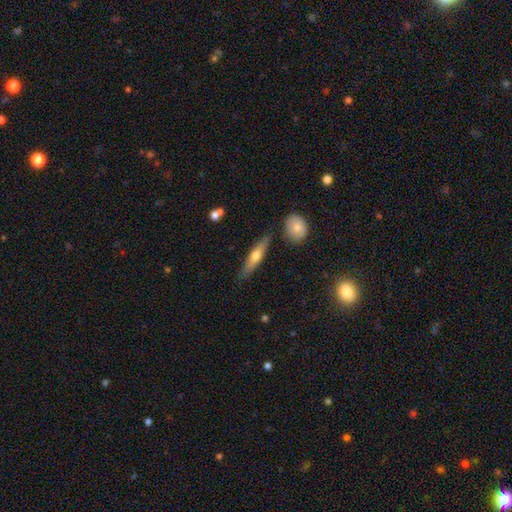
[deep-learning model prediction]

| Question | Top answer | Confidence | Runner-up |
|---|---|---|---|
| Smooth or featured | smooth | 52% | featured or disk (43%) |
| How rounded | cigar-shaped | 79% | in between (18%) |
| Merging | none | 84% | minor disturbance (10%) |